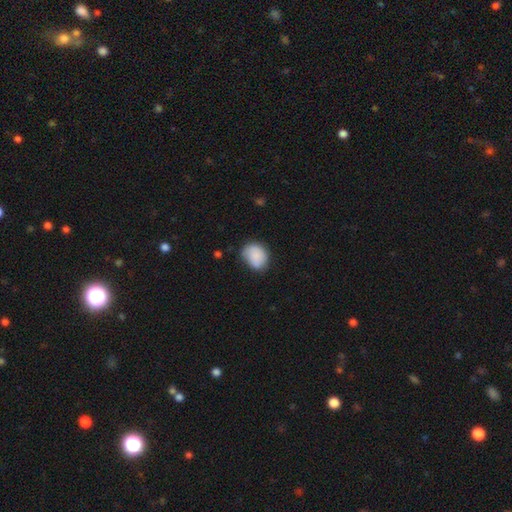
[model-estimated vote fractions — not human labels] smooth-or-featured: smooth: 85% | featured or disk: 7% | star or artifact: 7%
  how-rounded: in between: 54% | round: 45% | cigar-shaped: 1%
  merging: none: 59% | minor disturbance: 31% | major disturbance: 7% | merger: 3%